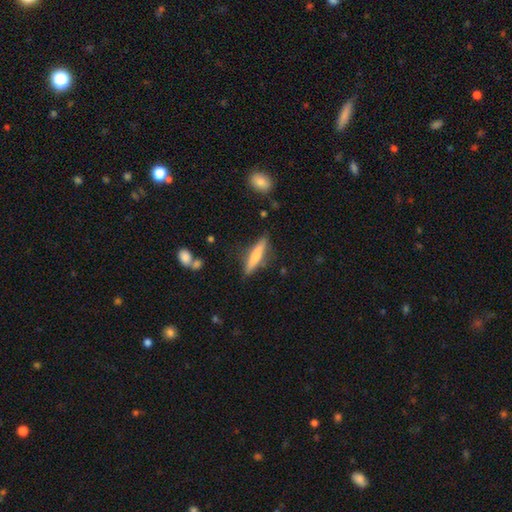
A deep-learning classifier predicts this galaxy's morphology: A smooth galaxy with no disk features (62%) that is cigar-shaped (85%).

Vote fractions:
- Smooth or featured? smooth: 62% / featured or disk: 32% / star or artifact: 6%
- How rounded? cigar-shaped: 85% / in between: 14% / round: 2%
- Merging? none: 83% / minor disturbance: 12% / major disturbance: 3% / merger: 2%